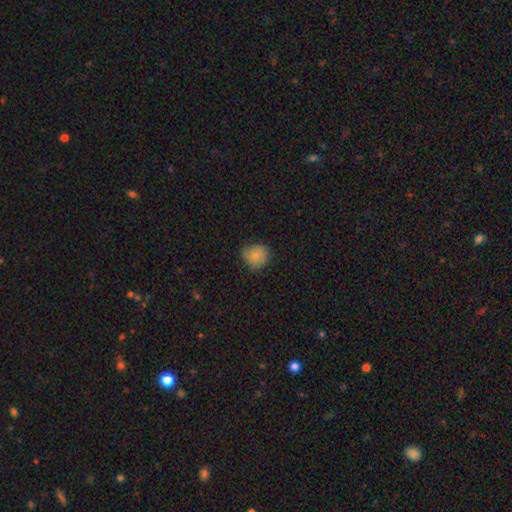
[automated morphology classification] Q: Smooth or featured?
A: smooth (81%); runner-up: featured or disk (10%)
Q: How rounded?
A: round (82%); runner-up: in between (17%)
Q: Merging?
A: none (72%); runner-up: minor disturbance (23%)